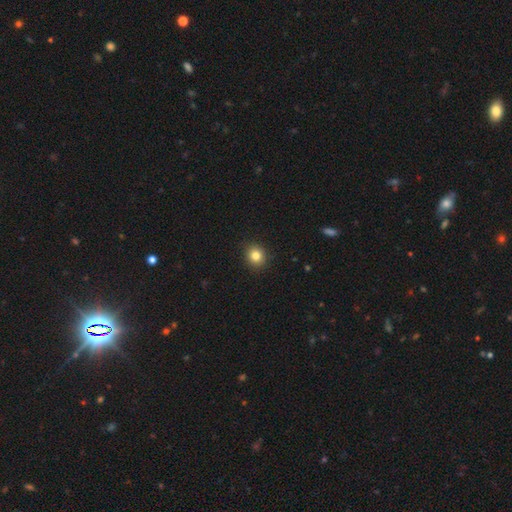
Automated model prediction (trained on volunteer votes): A smooth galaxy with no disk features (83%) that is round (83%).

Vote fractions:
- Smooth or featured? smooth: 83% / star or artifact: 11% / featured or disk: 6%
- How rounded? round: 83% / in between: 16% / cigar-shaped: 1%
- Merging? none: 91% / minor disturbance: 6% / major disturbance: 2% / merger: 1%